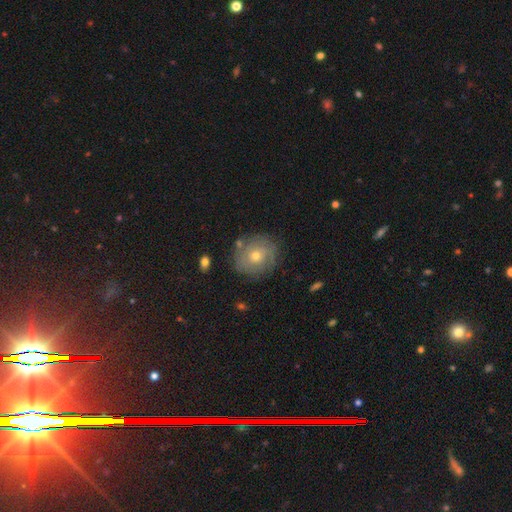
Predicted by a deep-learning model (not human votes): Morphology: type=featured or disk (50%); edge-on=no (96%); merging=none (78%).